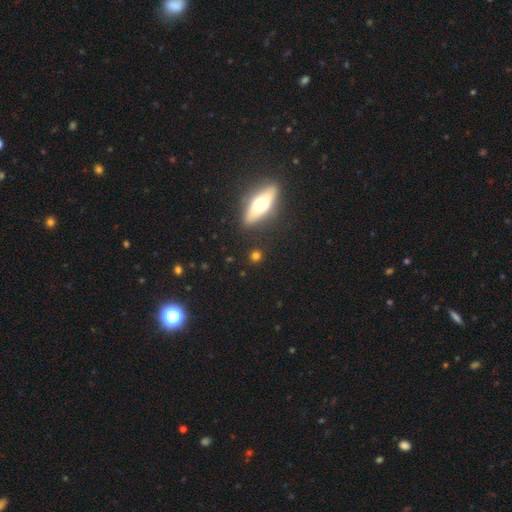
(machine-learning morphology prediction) type=smooth (72%); roundness=round (69%); merging=none (83%).